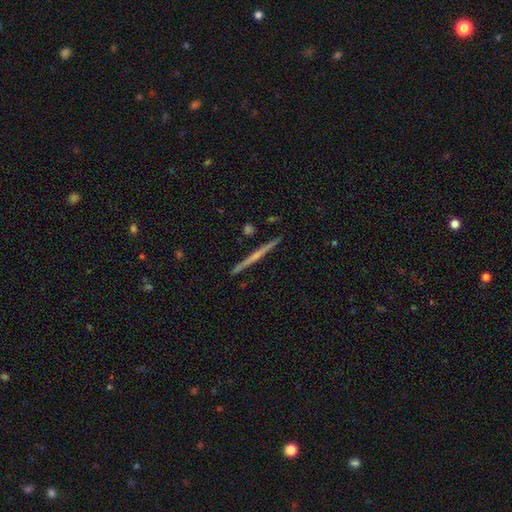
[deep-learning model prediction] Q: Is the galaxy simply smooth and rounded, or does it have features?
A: featured or disk — 69%.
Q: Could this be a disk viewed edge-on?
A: yes — 98%.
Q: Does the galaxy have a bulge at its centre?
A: none — 56%.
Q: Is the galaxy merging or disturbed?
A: none — 92%.